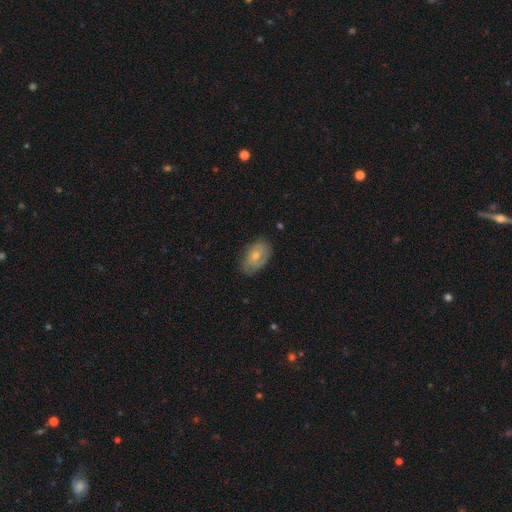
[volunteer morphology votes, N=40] smooth_or_featured: smooth (p=0.62) [alt: featured or disk p=0.33]
how_rounded: in between (p=0.96) [alt: round p=0.04]
merging: none (p=0.84) [alt: minor disturbance p=0.08]